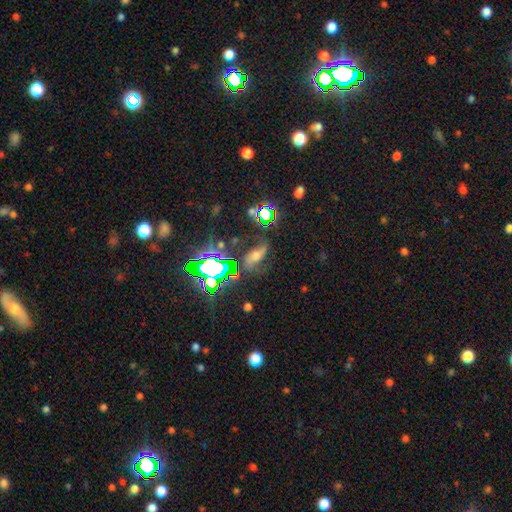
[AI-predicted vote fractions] The model was most divided on "smooth or featured": featured or disk: 46%, star or artifact: 31%, smooth: 23%. More confident: merging — none (62%).